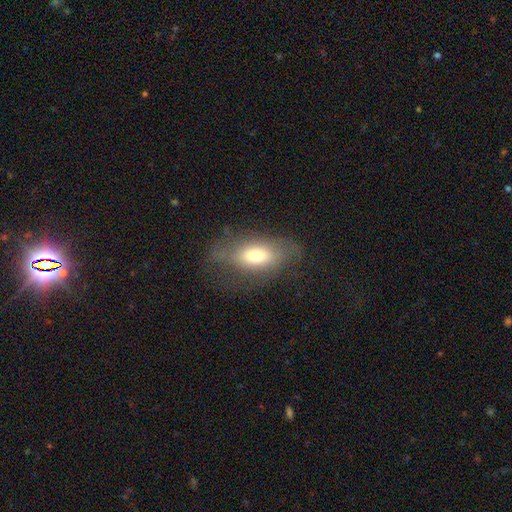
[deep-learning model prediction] The model was most divided on "merging": none: 55%, minor disturbance: 24%, major disturbance: 19%, merger: 2%. More confident: how rounded — in between (84%); smooth or featured — smooth (63%).